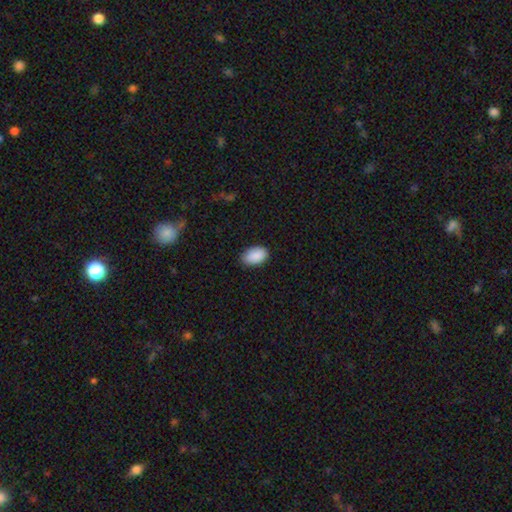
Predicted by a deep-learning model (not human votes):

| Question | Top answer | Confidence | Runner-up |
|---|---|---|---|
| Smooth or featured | smooth | 91% | star or artifact (7%) |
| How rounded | in between | 93% | round (6%) |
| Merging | none | 84% | minor disturbance (13%) |